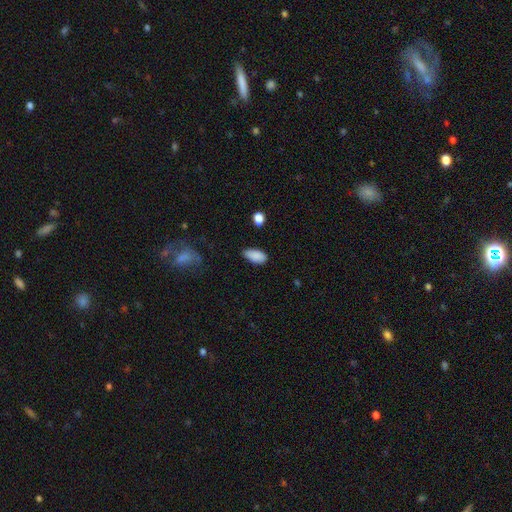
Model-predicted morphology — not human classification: A smooth galaxy with no disk features (89%) that is in between round and cigar-shaped (91%). Merging: none (77%).